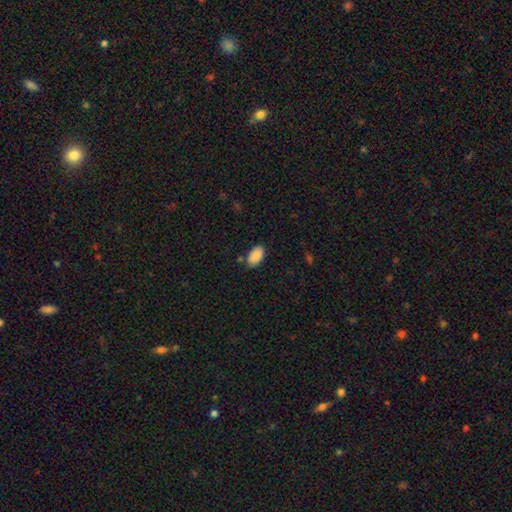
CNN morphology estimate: The model was most divided on "merging": none: 80%, minor disturbance: 14%, merger: 4%, major disturbance: 3%. More confident: how rounded — in between (95%); smooth or featured — smooth (89%).